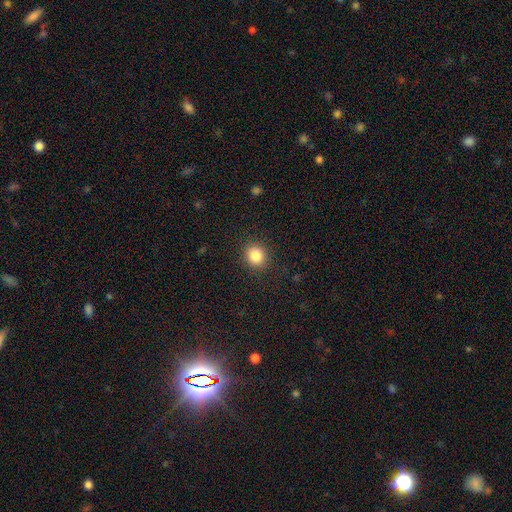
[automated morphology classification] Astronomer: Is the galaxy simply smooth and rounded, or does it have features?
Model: smooth — 85%.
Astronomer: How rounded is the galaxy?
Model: round — 82%.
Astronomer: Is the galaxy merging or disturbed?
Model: none — 90%.